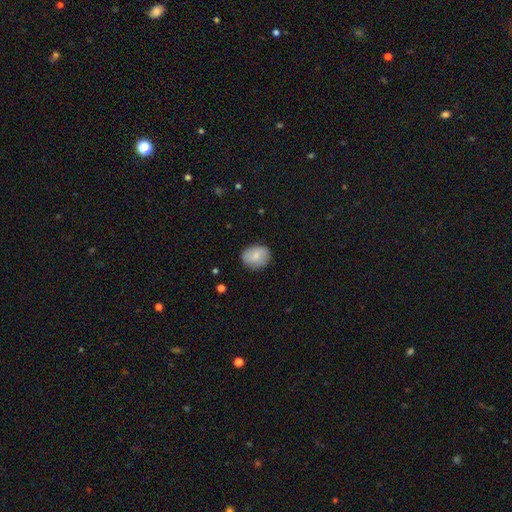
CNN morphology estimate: A smooth galaxy with no disk features (78%) that is in between round and cigar-shaped (50%). Merging: none (84%).